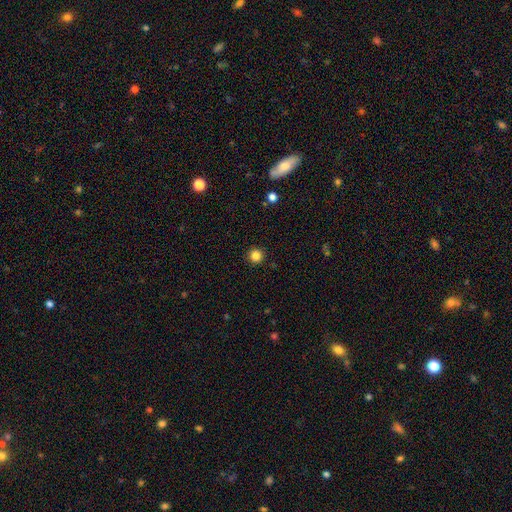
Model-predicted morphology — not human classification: smooth-or-featured: smooth: 84% | star or artifact: 12% | featured or disk: 4%
  how-rounded: round: 96% | in between: 3% | cigar-shaped: 1%
  merging: none: 93% | minor disturbance: 5% | major disturbance: 2% | merger: 1%